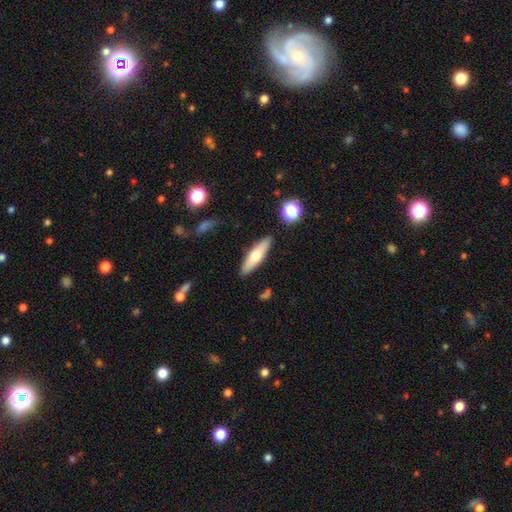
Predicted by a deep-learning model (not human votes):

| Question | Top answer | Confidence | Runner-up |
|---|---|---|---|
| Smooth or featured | smooth | 58% | featured or disk (36%) |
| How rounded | cigar-shaped | 62% | in between (36%) |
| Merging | none | 87% | minor disturbance (9%) |